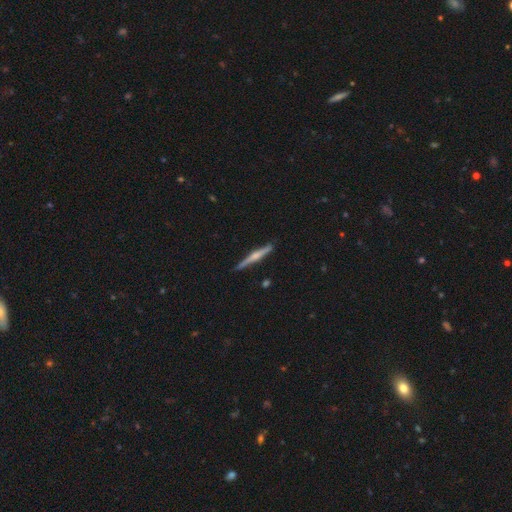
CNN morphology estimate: Smooth or featured?
  - featured or disk: 66% *
  - smooth: 29%
  - star or artifact: 5%
Edge-on disk?
  - yes: 98% *
  - no: 2%
Edge-on bulge?
  - rounded: 76% *
  - none: 13%
  - boxy: 11%
Merging?
  - none: 87% *
  - minor disturbance: 9%
  - major disturbance: 2%
  - merger: 2%